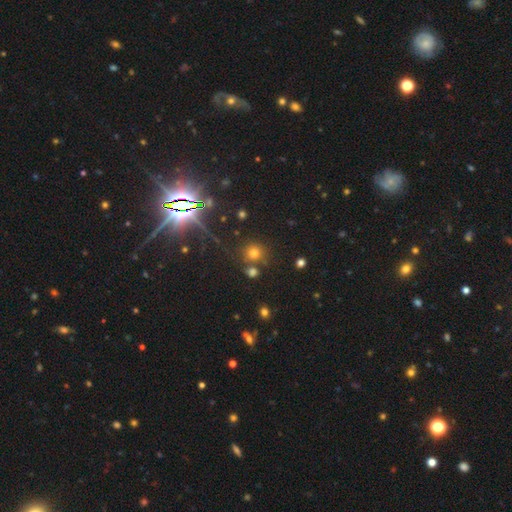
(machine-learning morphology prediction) Q: Smooth or featured?
A: star or artifact (66%); runner-up: smooth (25%)